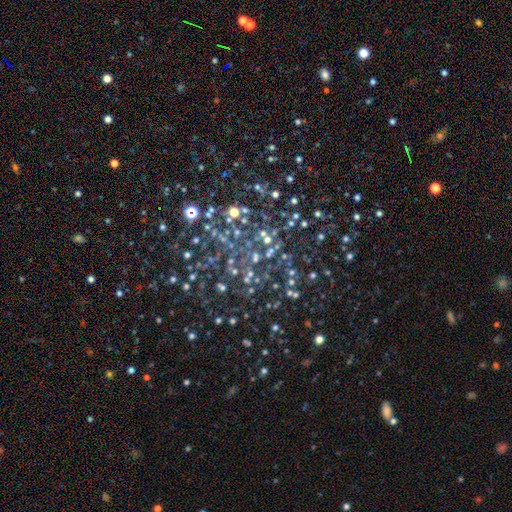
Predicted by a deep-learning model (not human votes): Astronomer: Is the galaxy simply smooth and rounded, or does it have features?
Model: star or artifact — 68%.